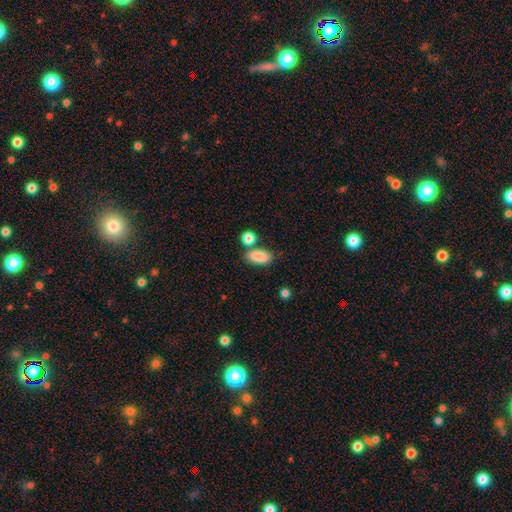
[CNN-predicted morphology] Smooth or featured: smooth — 87% (star or artifact — 7%)
How rounded: in between — 88% (cigar-shaped — 6%)
Merging: none — 64% (merger — 17%)